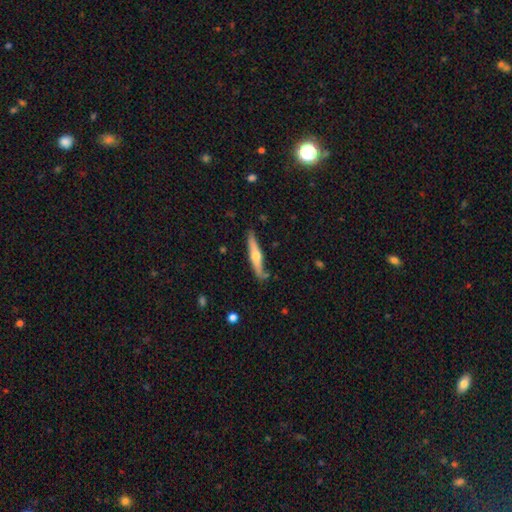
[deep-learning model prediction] smooth_or_featured: featured or disk (p=0.60) [alt: smooth p=0.35]
disk_edge_on: yes (p=0.95) [alt: no p=0.05]
edge_on_bulge: rounded (p=0.92) [alt: none p=0.05]
merging: none (p=0.81) [alt: minor disturbance p=0.14]